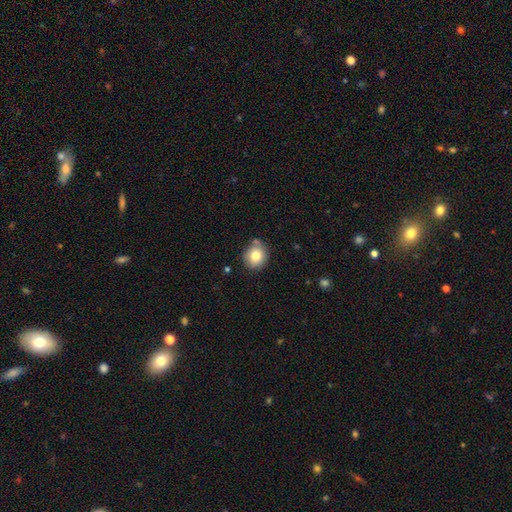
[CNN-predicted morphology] A smooth galaxy with no disk features (80%) that is round (77%).

Vote fractions:
- Smooth or featured? smooth: 80% / featured or disk: 10% / star or artifact: 10%
- How rounded? round: 77% / in between: 22% / cigar-shaped: 1%
- Merging? none: 76% / minor disturbance: 15% / merger: 6% / major disturbance: 3%